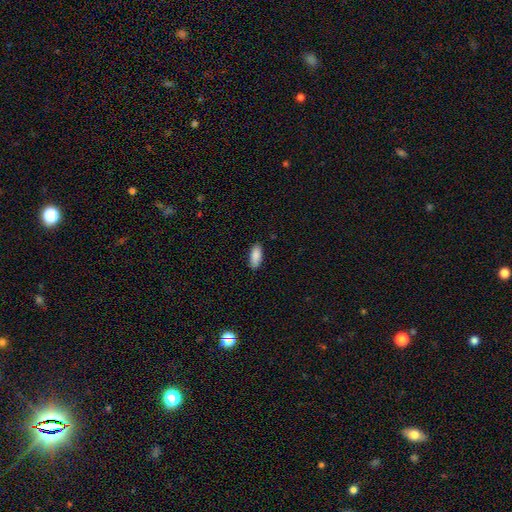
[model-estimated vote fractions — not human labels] Smooth or featured? smooth (89%)
How rounded? in between (81%)
Merging? none (87%)